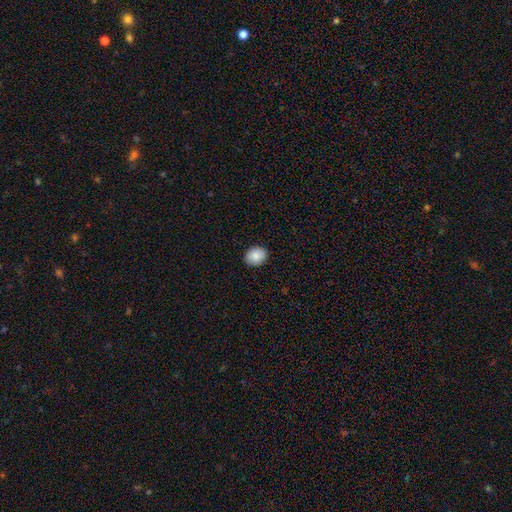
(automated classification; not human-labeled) Q: Smooth or featured?
A: smooth (87%); runner-up: star or artifact (7%)
Q: How rounded?
A: in between (53%); runner-up: round (46%)
Q: Merging?
A: none (90%); runner-up: minor disturbance (7%)